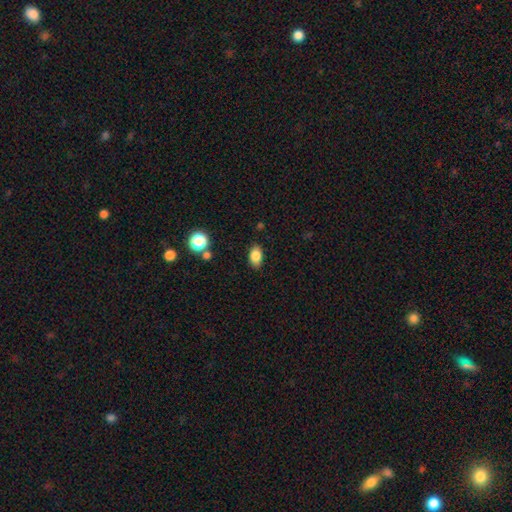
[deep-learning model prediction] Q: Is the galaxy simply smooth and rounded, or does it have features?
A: smooth — 84%.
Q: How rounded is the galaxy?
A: in between — 87%.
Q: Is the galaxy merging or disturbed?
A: none — 84%.